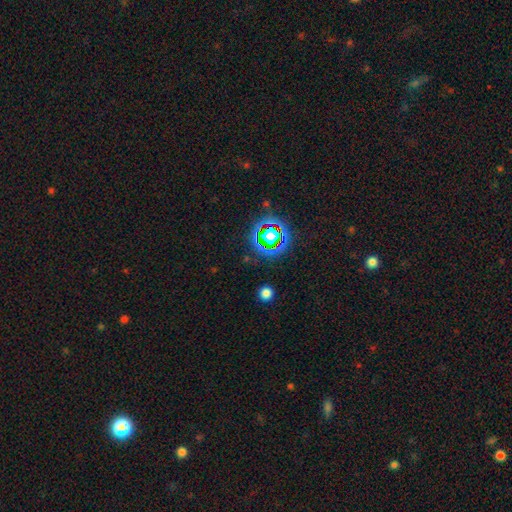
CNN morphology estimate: Smooth or featured? star or artifact (70%)